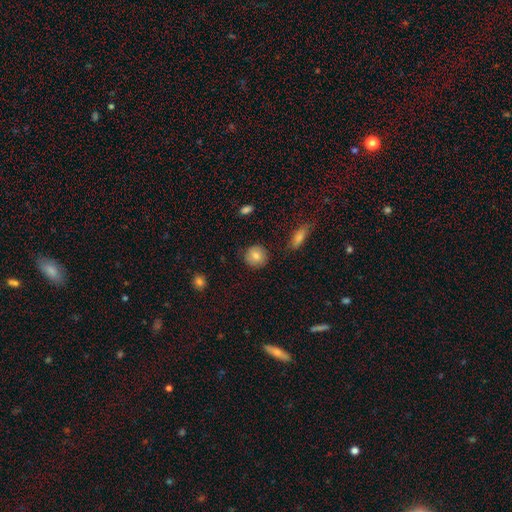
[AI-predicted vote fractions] Smooth or featured?
  - smooth: 82% *
  - featured or disk: 10%
  - star or artifact: 8%
How rounded?
  - round: 90% *
  - in between: 9%
  - cigar-shaped: 1%
Merging?
  - none: 86% *
  - minor disturbance: 10%
  - major disturbance: 2%
  - merger: 2%